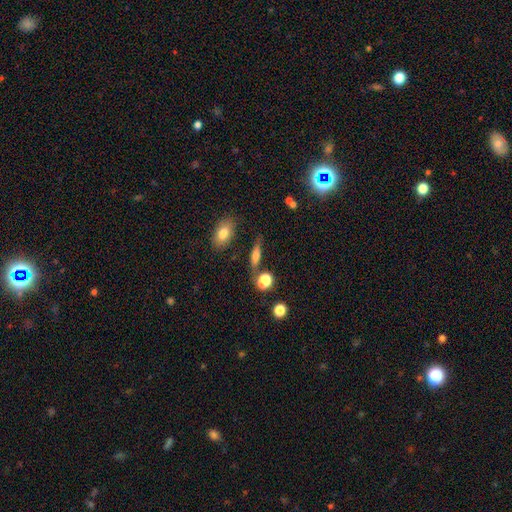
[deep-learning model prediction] Q: Smooth or featured?
A: smooth (65%); runner-up: featured or disk (24%)
Q: How rounded?
A: cigar-shaped (48%); runner-up: in between (39%)
Q: Merging?
A: none (73%); runner-up: minor disturbance (14%)